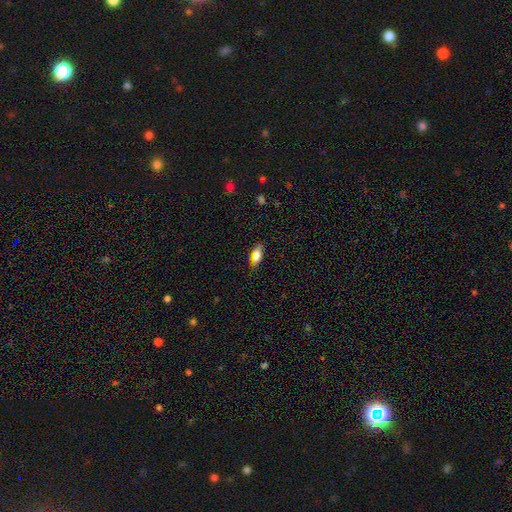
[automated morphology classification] smooth_or_featured: smooth (p=0.73) [alt: featured or disk p=0.16]
how_rounded: in between (p=0.76) [alt: cigar-shaped p=0.21]
merging: none (p=0.86) [alt: minor disturbance p=0.10]